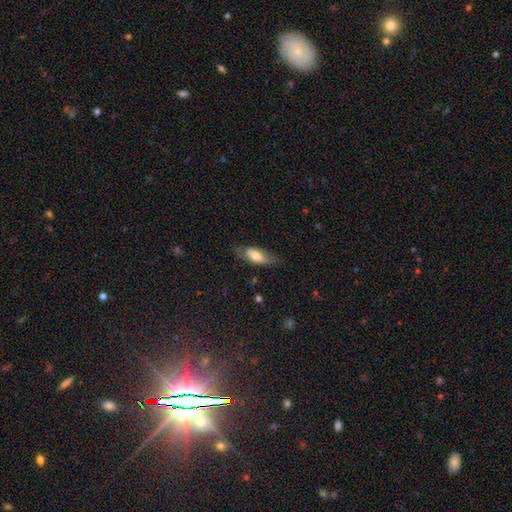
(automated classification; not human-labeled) smooth-or-featured: smooth: 61% | featured or disk: 32% | star or artifact: 6%
  how-rounded: in between: 76% | cigar-shaped: 21% | round: 3%
  merging: none: 65% | minor disturbance: 25% | major disturbance: 8% | merger: 2%